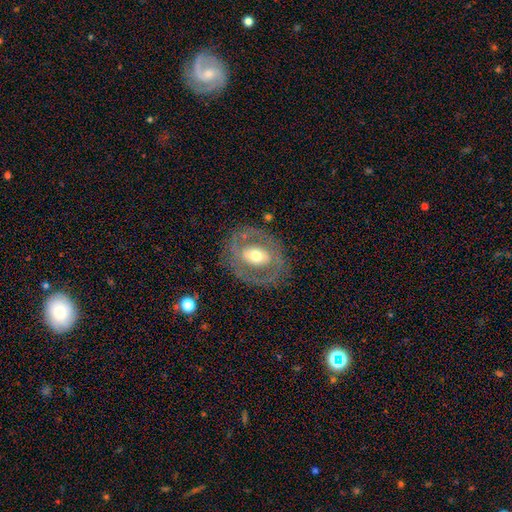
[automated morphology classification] Q: Smooth or featured?
A: featured or disk (60%); runner-up: smooth (33%)
Q: Edge-on disk?
A: no (94%); runner-up: yes (6%)
Q: Bar?
A: no (55%); runner-up: weak (27%)
Q: Spiral arms?
A: no (74%); runner-up: yes (26%)
Q: Bulge size?
A: moderate (63%); runner-up: large (18%)
Q: Merging?
A: none (77%); runner-up: minor disturbance (13%)